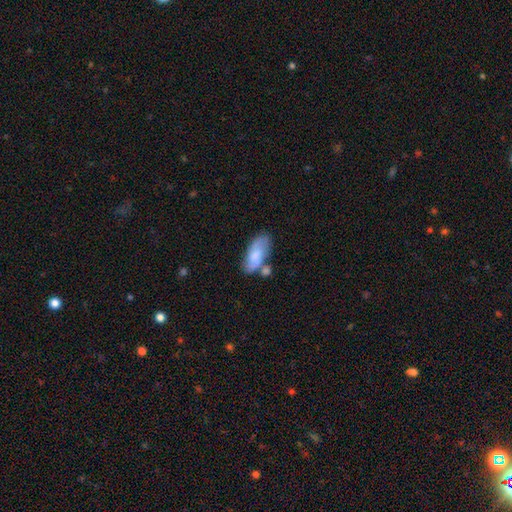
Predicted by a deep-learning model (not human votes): This appears to be a smooth galaxy with no disk features (57%) that is in between round and cigar-shaped (88%). Merging: none (50%).